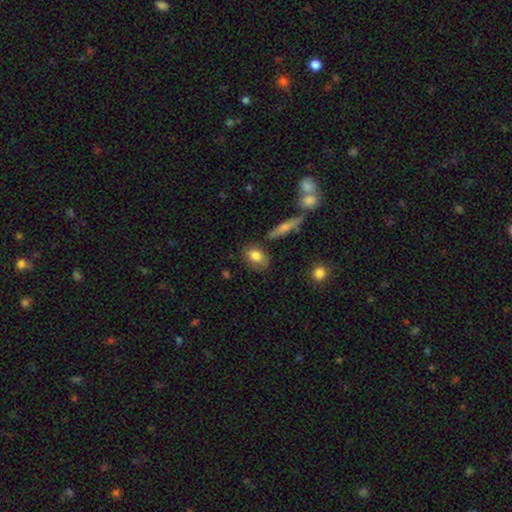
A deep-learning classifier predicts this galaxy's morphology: type=smooth (79%); roundness=in between (75%); merging=none (70%).